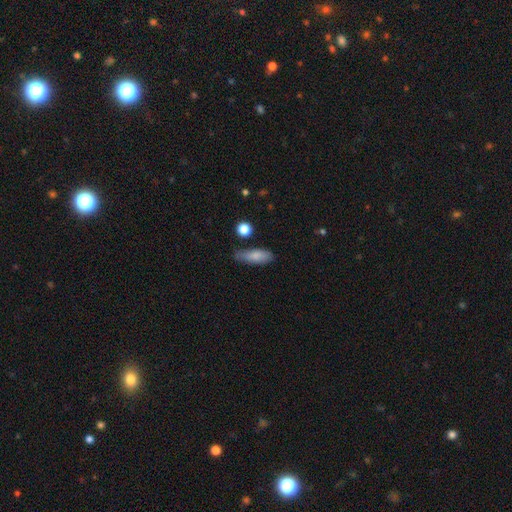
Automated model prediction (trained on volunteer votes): This is likely a smooth galaxy (80%). How rounded: possibly in between (58%). Merging: likely none (63%).